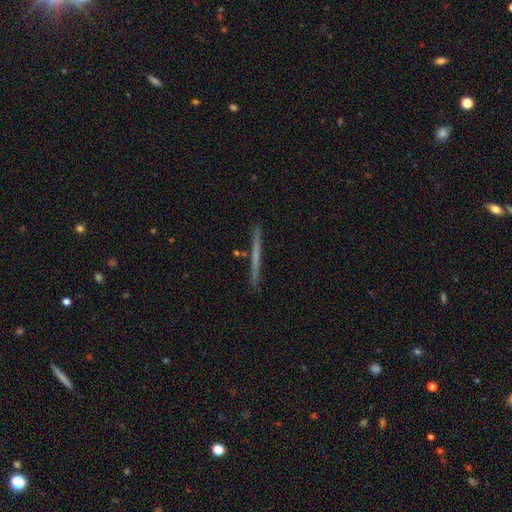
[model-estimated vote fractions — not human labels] Smooth or featured?
  - featured or disk: 51% *
  - smooth: 43%
  - star or artifact: 6%
Edge-on disk?
  - yes: 97% *
  - no: 3%
Merging?
  - none: 91% *
  - minor disturbance: 6%
  - merger: 2%
  - major disturbance: 1%